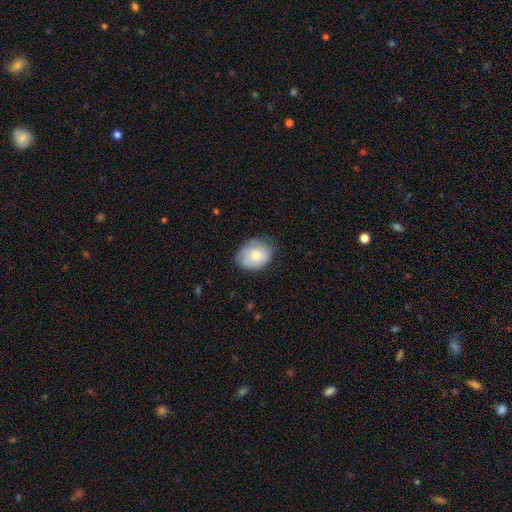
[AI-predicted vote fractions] Q: Smooth or featured?
A: smooth (75%); runner-up: featured or disk (18%)
Q: How rounded?
A: in between (54%); runner-up: round (45%)
Q: Merging?
A: none (72%); runner-up: minor disturbance (22%)